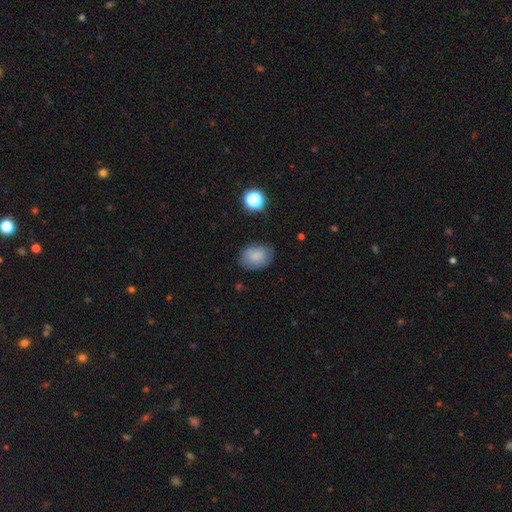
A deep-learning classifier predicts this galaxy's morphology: type=smooth (81%); roundness=in between (71%); merging=none (76%).